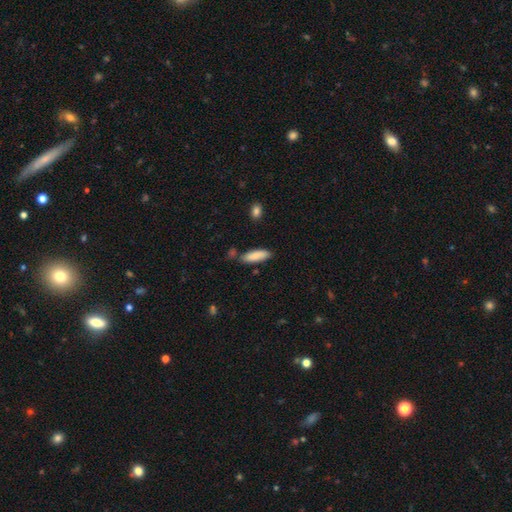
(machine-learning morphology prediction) Overall: smooth (84%). How rounded: in between (53%; cigar-shaped 46%). Merging: none (76%).